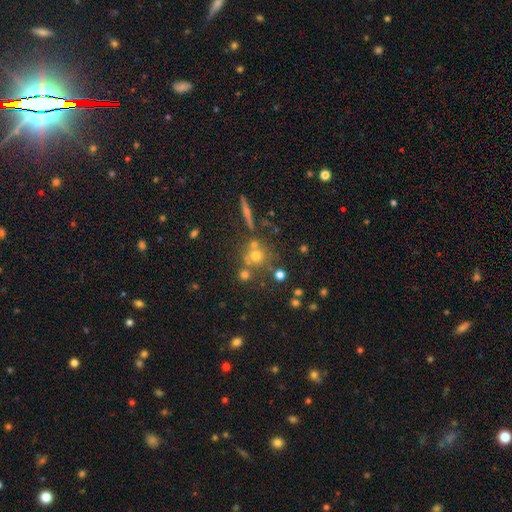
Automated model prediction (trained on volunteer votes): Q: Smooth or featured?
A: smooth (60%); runner-up: star or artifact (21%)
Q: How rounded?
A: round (90%); runner-up: in between (9%)
Q: Merging?
A: none (60%); runner-up: merger (25%)